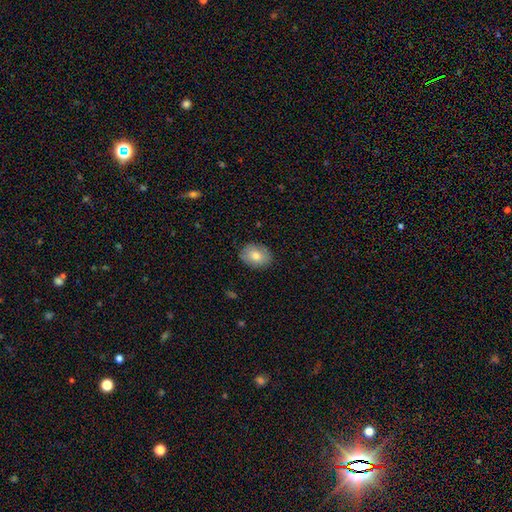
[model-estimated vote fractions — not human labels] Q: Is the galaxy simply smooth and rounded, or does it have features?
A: smooth — 78%.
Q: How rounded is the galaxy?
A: in between — 63%.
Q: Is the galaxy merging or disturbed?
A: none — 86%.